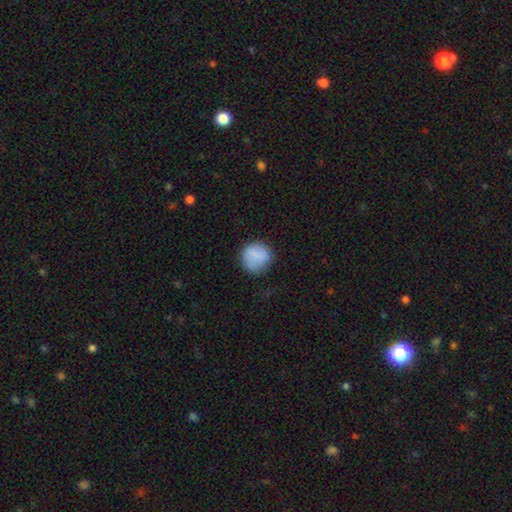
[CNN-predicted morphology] Smooth or featured? smooth (83%)
How rounded? round (87%)
Merging? none (73%)